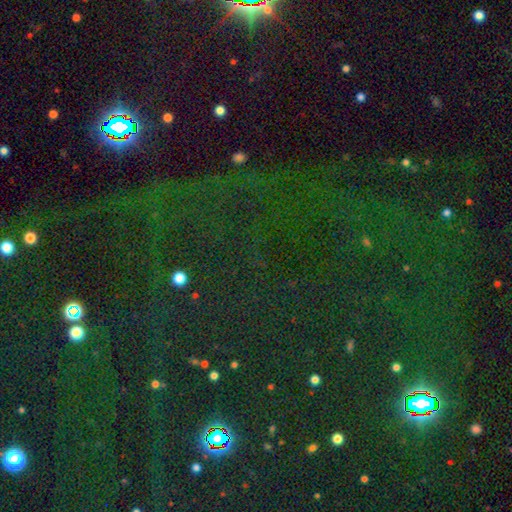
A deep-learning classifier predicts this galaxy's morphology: This appears to be a star or artifact, not a galaxy (82%).